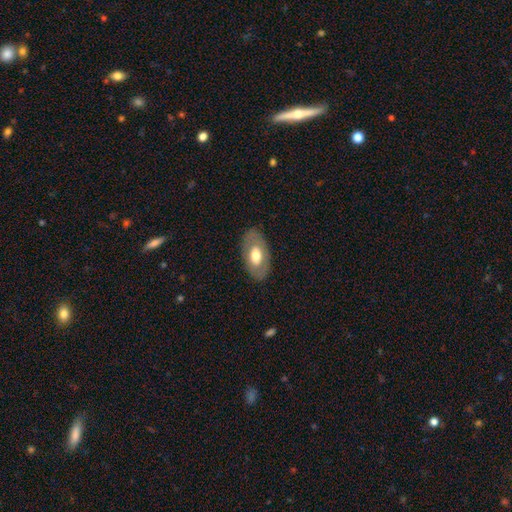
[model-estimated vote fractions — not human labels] Overall: smooth (59%; featured or disk 35%). How rounded: in between (92%). Merging: none (83%).